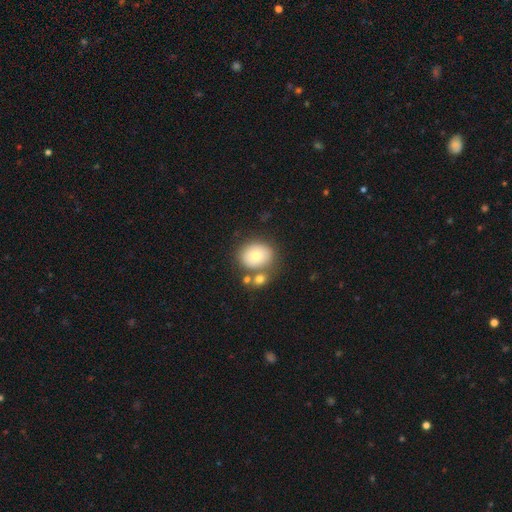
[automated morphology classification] The model was most divided on "how rounded": round: 63%, in between: 36%, cigar-shaped: 1%. More confident: smooth or featured — smooth (73%); merging — none (64%).